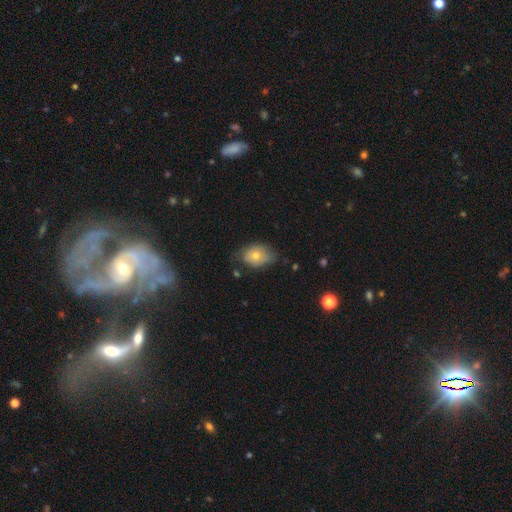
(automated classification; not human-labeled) Smooth or featured? smooth (64%)
How rounded? in between (77%)
Merging? none (54%)